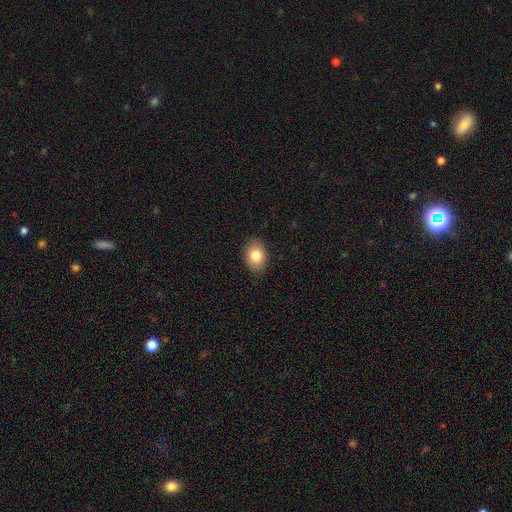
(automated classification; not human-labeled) Smooth or featured?
  - smooth: 81% *
  - featured or disk: 10%
  - star or artifact: 9%
How rounded?
  - in between: 71% *
  - round: 28%
  - cigar-shaped: 1%
Merging?
  - none: 87% *
  - minor disturbance: 10%
  - major disturbance: 2%
  - merger: 1%